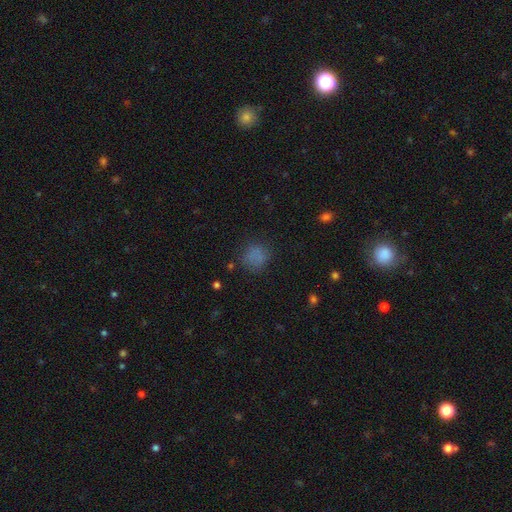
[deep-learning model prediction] This appears to be a smooth galaxy with no disk features (74%) that is round (82%). Merging: none (74%).